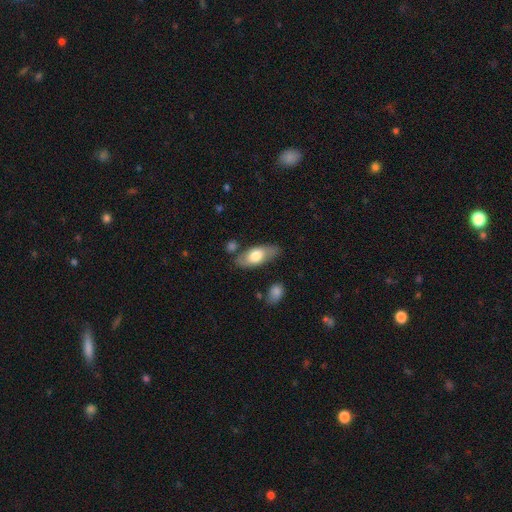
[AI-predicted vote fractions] smooth 65%, featured or disk 30%, star or artifact 5%. Down the decision tree: how rounded — in between (84%); merging — none (76%).